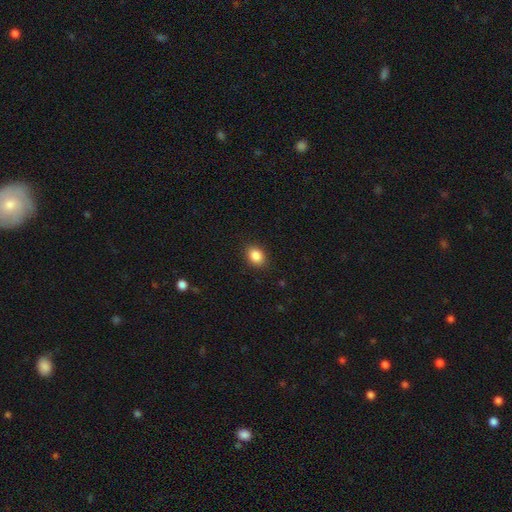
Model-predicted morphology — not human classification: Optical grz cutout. It shows a smooth galaxy with no disk features (87%) that is in between round and cigar-shaped (62%). Merging: none (88%).